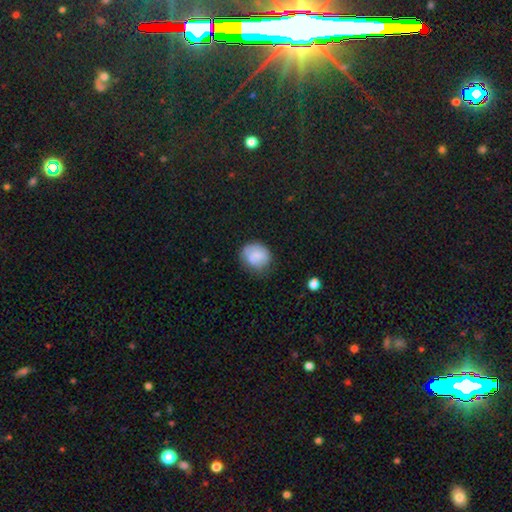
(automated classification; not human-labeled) Morphology: type=smooth (66%); roundness=round (71%); merging=none (65%).